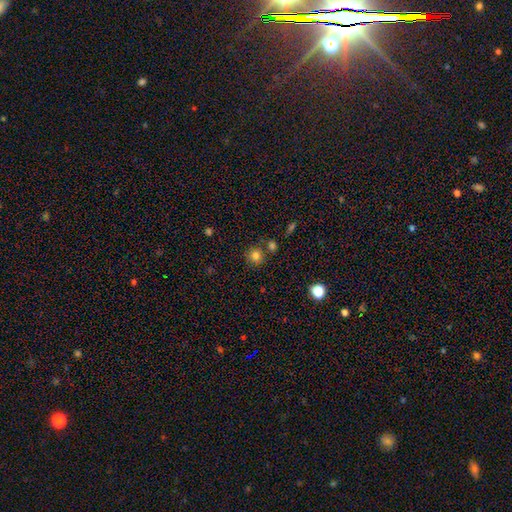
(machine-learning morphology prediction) A smooth galaxy with no disk features (80%) that is round (91%). Merging: none (78%).